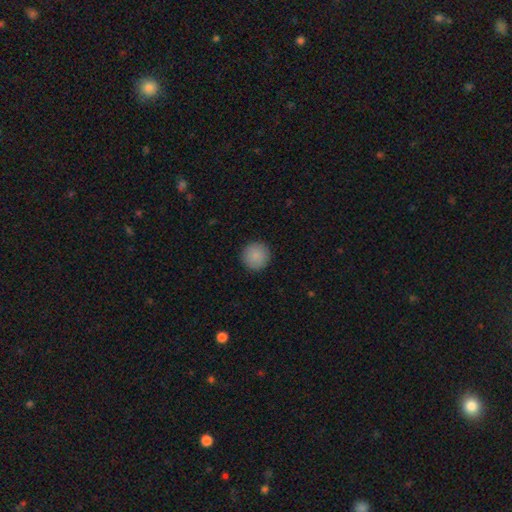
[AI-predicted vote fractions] Overall: smooth (89%). How rounded: round (95%). Merging: none (92%).